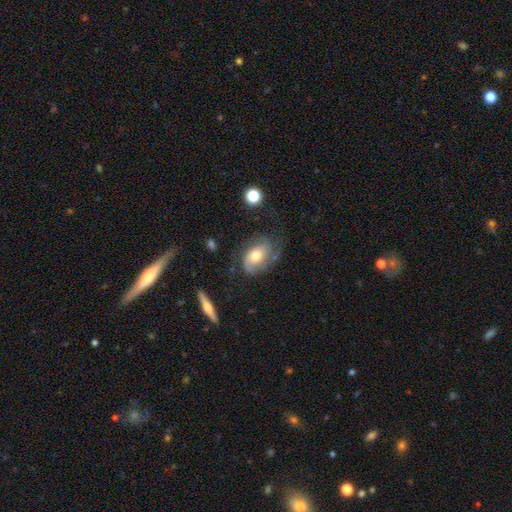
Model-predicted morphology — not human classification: Smooth or featured?
  - featured or disk: 56% *
  - smooth: 36%
  - star or artifact: 8%
Edge-on disk?
  - no: 93% *
  - yes: 7%
Bar?
  - no: 72% *
  - weak: 23%
  - strong: 6%
Spiral arms?
  - yes: 81% *
  - no: 19%
Bulge size?
  - moderate: 67% *
  - large: 15%
  - small: 15%
  - dominant: 2%
  - none: 2%
Merging?
  - none: 53% *
  - minor disturbance: 25%
  - major disturbance: 19%
  - merger: 3%